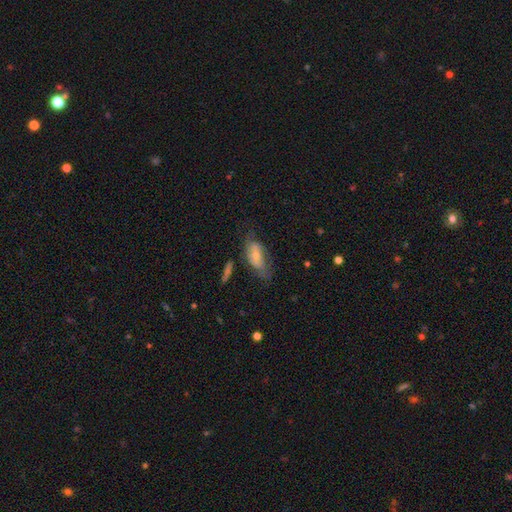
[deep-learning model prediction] Smooth or featured?
  - featured or disk: 47% *
  - smooth: 46%
  - star or artifact: 7%
Merging?
  - none: 47% *
  - minor disturbance: 29%
  - major disturbance: 19%
  - merger: 4%